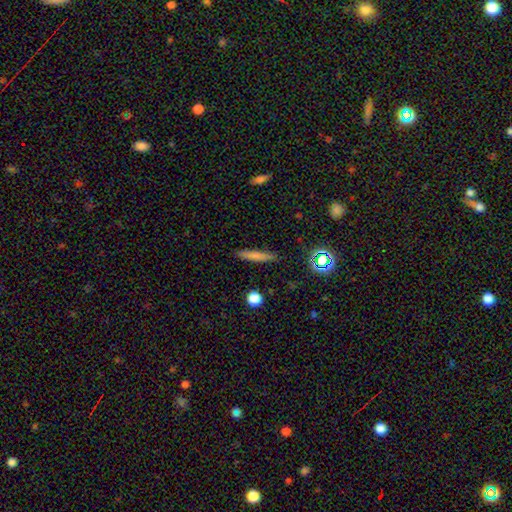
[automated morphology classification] smooth 73%, featured or disk 16%, star or artifact 10%. Down the decision tree: how rounded — cigar-shaped (90%); merging — none (87%).